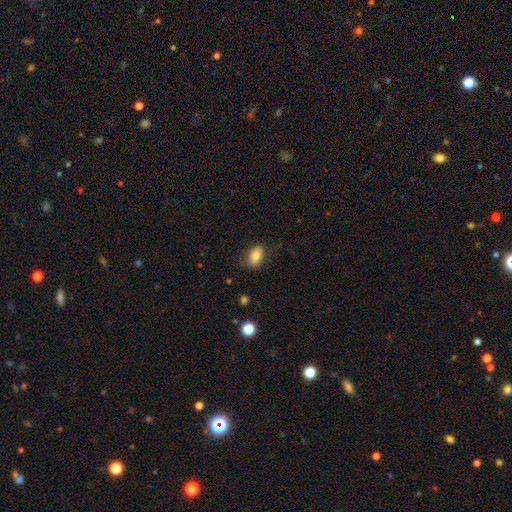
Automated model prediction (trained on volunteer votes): A smooth galaxy with no disk features (79%) that is in between round and cigar-shaped (89%). Merging: none (77%).